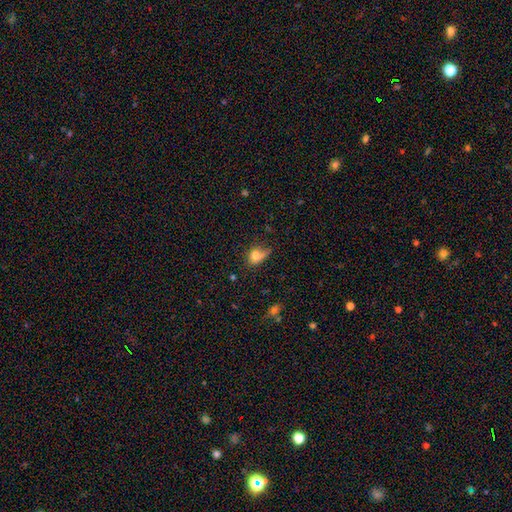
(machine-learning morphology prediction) Smooth or featured? Predicted: smooth (p=0.73). How rounded? Predicted: in between (p=0.62). Merging? Predicted: none (p=0.38).